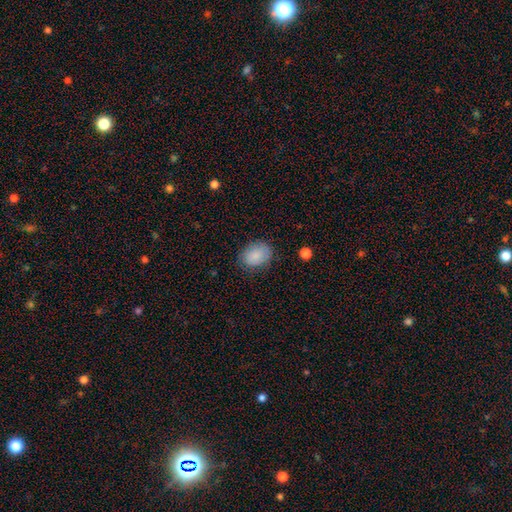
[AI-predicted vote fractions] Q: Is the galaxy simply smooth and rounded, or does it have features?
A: smooth — 86%.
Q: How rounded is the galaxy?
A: in between — 65%.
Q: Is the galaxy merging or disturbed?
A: none — 78%.